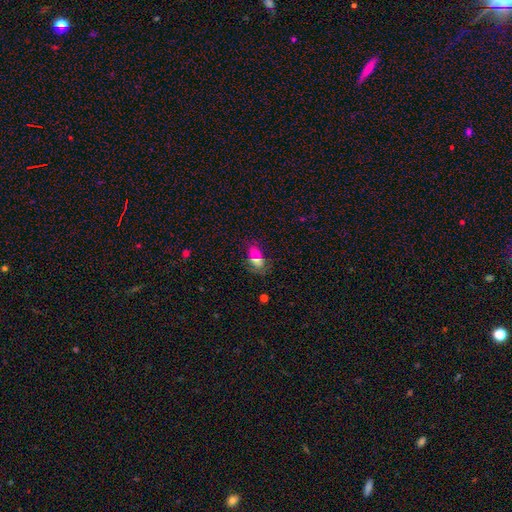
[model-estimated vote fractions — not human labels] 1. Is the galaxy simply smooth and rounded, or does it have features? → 63% smooth, 21% star or artifact, 16% featured or disk.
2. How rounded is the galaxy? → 82% in between, 11% round, 7% cigar-shaped.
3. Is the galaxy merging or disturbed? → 64% none, 20% minor disturbance, 8% major disturbance, 8% merger.